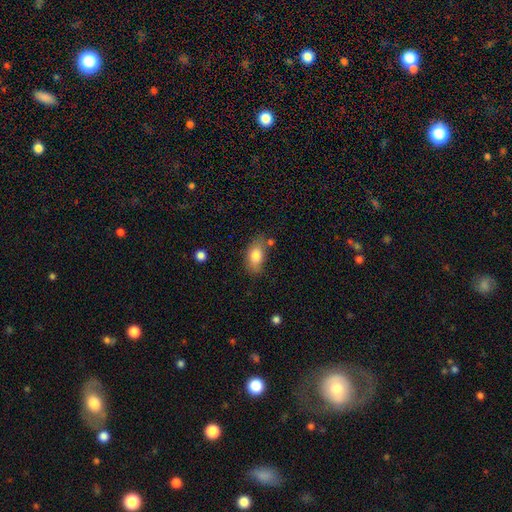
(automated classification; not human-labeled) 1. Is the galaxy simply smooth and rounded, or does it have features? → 80% smooth, 12% featured or disk, 8% star or artifact.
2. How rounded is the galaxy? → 88% in between, 9% round, 3% cigar-shaped.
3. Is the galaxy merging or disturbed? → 62% none, 24% minor disturbance, 7% merger, 7% major disturbance.